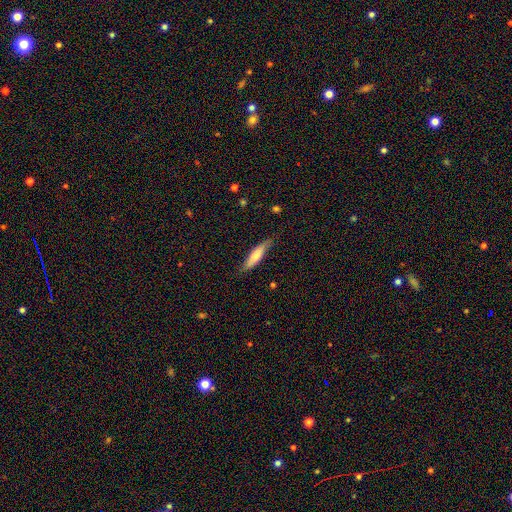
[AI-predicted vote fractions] smooth 62%, featured or disk 32%, star or artifact 6%. Down the decision tree: how rounded — cigar-shaped (75%); merging — none (72%).